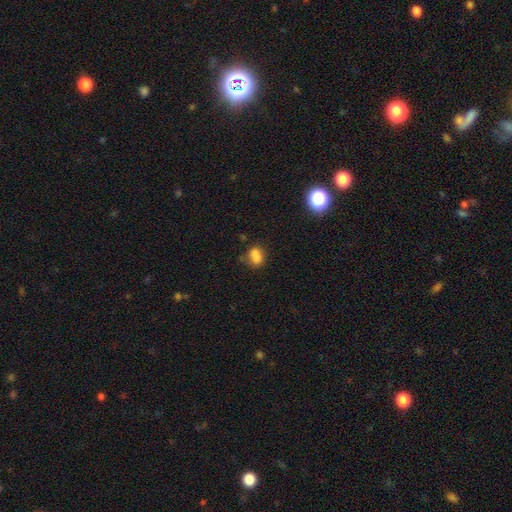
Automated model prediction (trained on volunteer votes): A smooth galaxy with no disk features (76%) that is in between round and cigar-shaped (63%).

Vote fractions:
- Smooth or featured? smooth: 76% / star or artifact: 13% / featured or disk: 11%
- How rounded? in between: 63% / round: 34% / cigar-shaped: 3%
- Merging? none: 46% / merger: 29% / minor disturbance: 18% / major disturbance: 7%